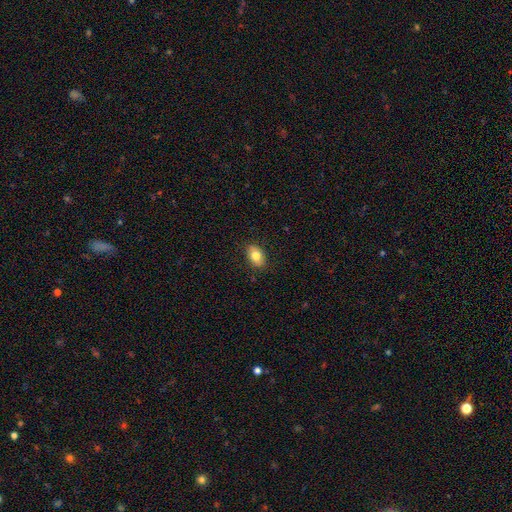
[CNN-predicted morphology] smooth_or_featured: smooth (p=0.80) [alt: featured or disk p=0.12]
how_rounded: in between (p=0.85) [alt: round p=0.13]
merging: none (p=0.87) [alt: minor disturbance p=0.10]